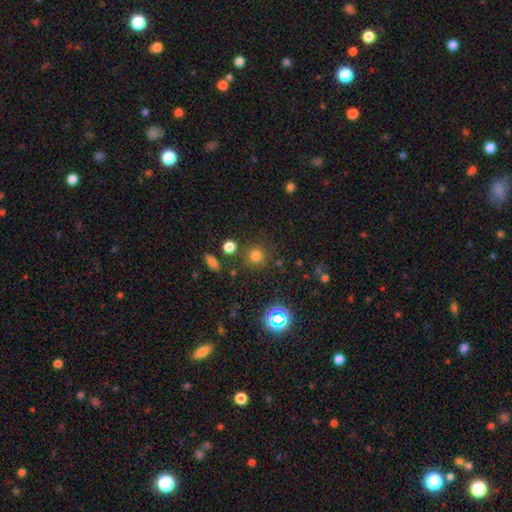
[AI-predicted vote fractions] smooth_or_featured: smooth (p=0.73) [alt: star or artifact p=0.20]
how_rounded: round (p=0.91) [alt: in between p=0.08]
merging: none (p=0.82) [alt: minor disturbance p=0.09]